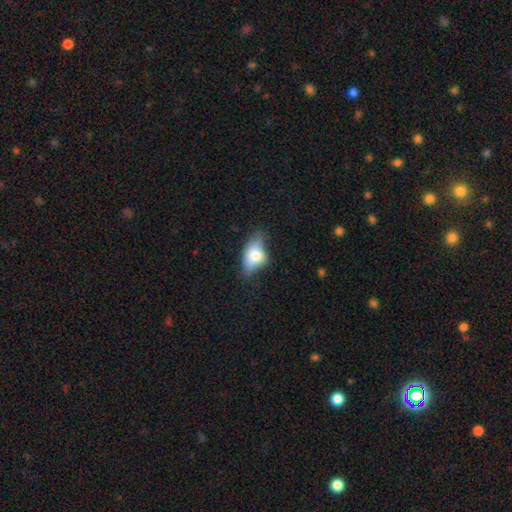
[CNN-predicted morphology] smooth_or_featured: smooth (p=0.64) [alt: featured or disk p=0.27]
how_rounded: in between (p=0.85) [alt: round p=0.09]
merging: none (p=0.44) [alt: minor disturbance p=0.34]